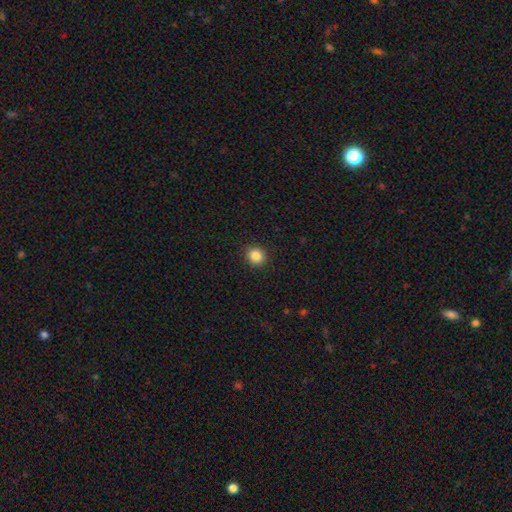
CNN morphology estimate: Smooth or featured: smooth — 85% (star or artifact — 11%)
How rounded: round — 87% (in between — 13%)
Merging: none — 92% (minor disturbance — 5%)